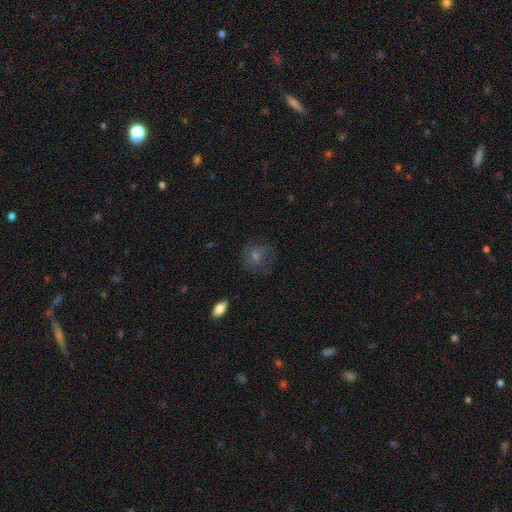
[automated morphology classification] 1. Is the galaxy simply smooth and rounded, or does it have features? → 40% featured or disk (tied), 40% smooth (tied), 21% star or artifact.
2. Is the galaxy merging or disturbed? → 72% none, 17% minor disturbance, 10% major disturbance, 1% merger.